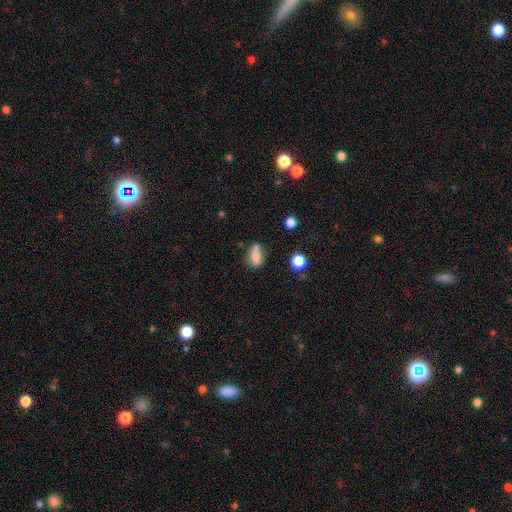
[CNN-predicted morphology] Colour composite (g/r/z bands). It shows a smooth galaxy with no disk features (77%) that is in between round and cigar-shaped (72%). Merging: none (53%).